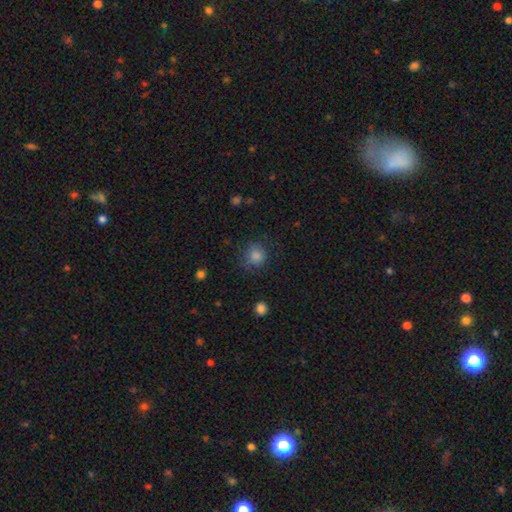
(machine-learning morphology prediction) A smooth galaxy with no disk features (83%) that is round (89%). Merging: none (80%).